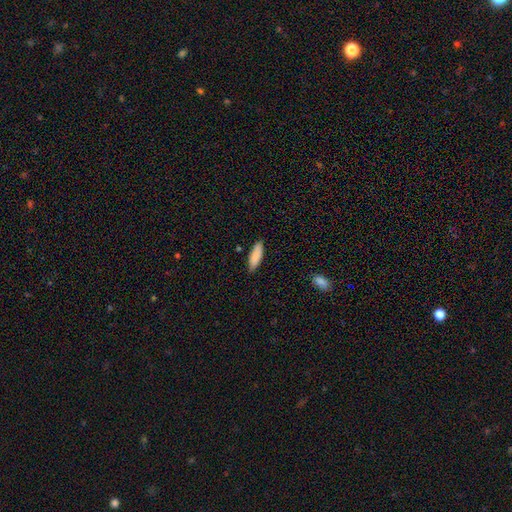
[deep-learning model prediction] A smooth galaxy with no disk features (88%) that is in between round and cigar-shaped (52%).

Vote fractions:
- Smooth or featured? smooth: 88% / featured or disk: 6% / star or artifact: 6%
- How rounded? in between: 52% / cigar-shaped: 46% / round: 1%
- Merging? none: 84% / minor disturbance: 12% / major disturbance: 2% / merger: 2%